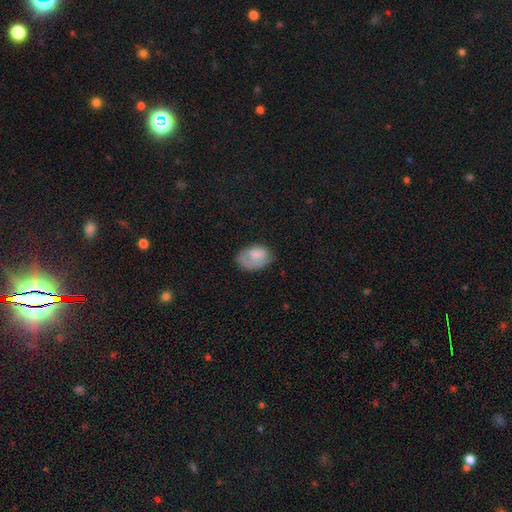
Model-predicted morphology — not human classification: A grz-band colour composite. It shows a smooth galaxy with no disk features (72%) that is in between round and cigar-shaped (84%). Merging: none (47%).